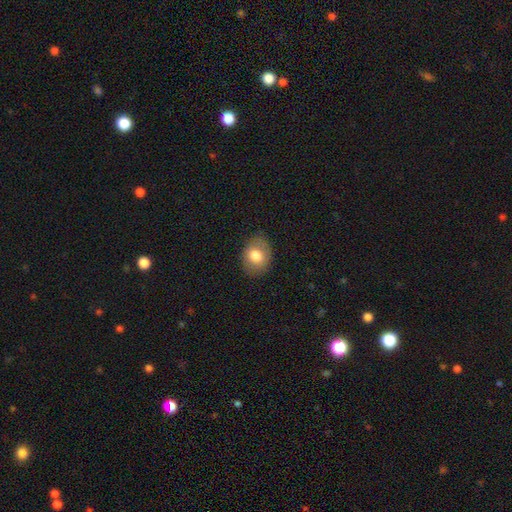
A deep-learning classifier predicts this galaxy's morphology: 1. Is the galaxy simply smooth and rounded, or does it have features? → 78% smooth, 14% featured or disk, 8% star or artifact.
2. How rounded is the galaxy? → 62% in between, 37% round, 1% cigar-shaped.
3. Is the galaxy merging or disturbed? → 82% none, 13% minor disturbance, 4% major disturbance, 1% merger.